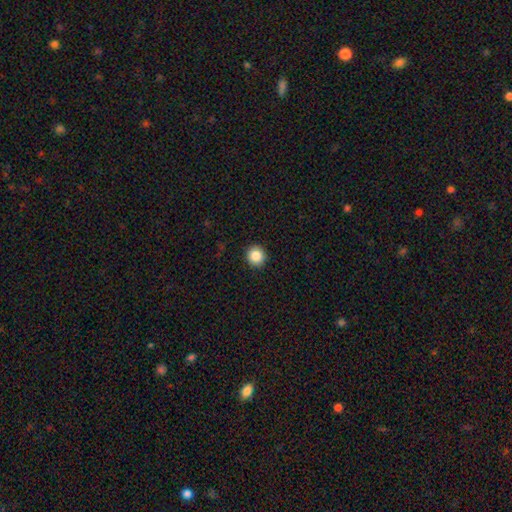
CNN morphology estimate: Smooth or featured?
  - smooth: 86% *
  - star or artifact: 10%
  - featured or disk: 4%
How rounded?
  - round: 92% *
  - in between: 7%
  - cigar-shaped: 1%
Merging?
  - none: 92% *
  - minor disturbance: 5%
  - major disturbance: 2%
  - merger: 1%